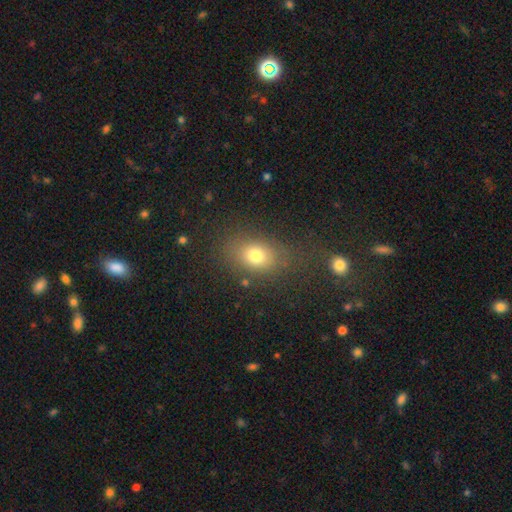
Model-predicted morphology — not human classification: A smooth galaxy with no disk features (76%) that is in between round and cigar-shaped (66%).

Vote fractions:
- Smooth or featured? smooth: 76% / star or artifact: 13% / featured or disk: 11%
- How rounded? in between: 66% / round: 32% / cigar-shaped: 2%
- Merging? none: 72% / minor disturbance: 15% / major disturbance: 8% / merger: 5%